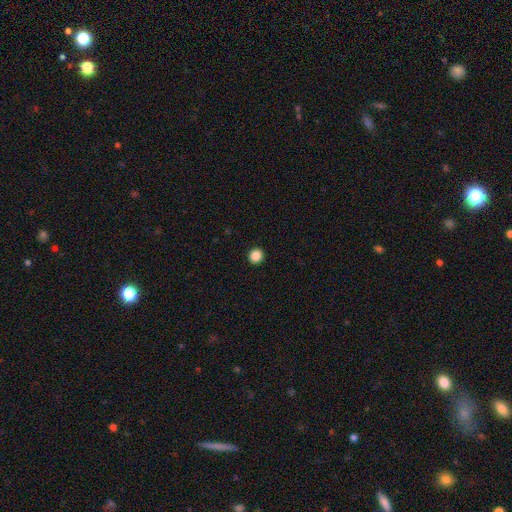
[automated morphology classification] A smooth galaxy with no disk features (86%) that is round (92%).

Vote fractions:
- Smooth or featured? smooth: 86% / star or artifact: 10% / featured or disk: 3%
- How rounded? round: 92% / in between: 8% / cigar-shaped: 1%
- Merging? none: 94% / minor disturbance: 4% / major disturbance: 1% / merger: 1%